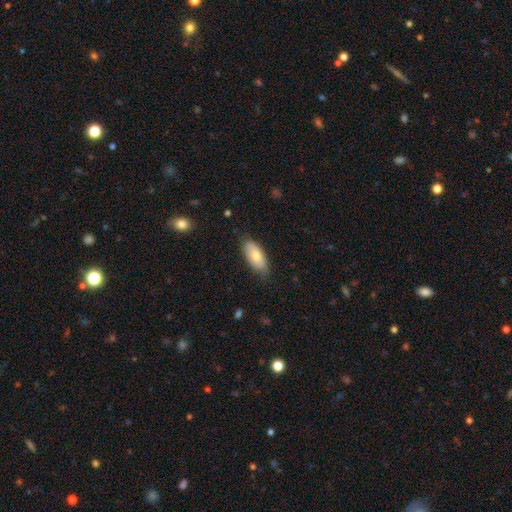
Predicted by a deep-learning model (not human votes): smooth 75%, featured or disk 19%, star or artifact 6%. Down the decision tree: how rounded — in between (89%); merging — none (77%).